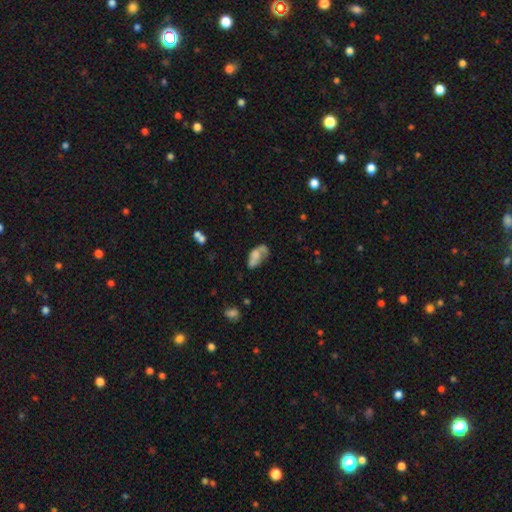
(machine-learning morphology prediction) Smooth or featured? smooth (53%)
How rounded? in between (89%)
Merging? none (33%)